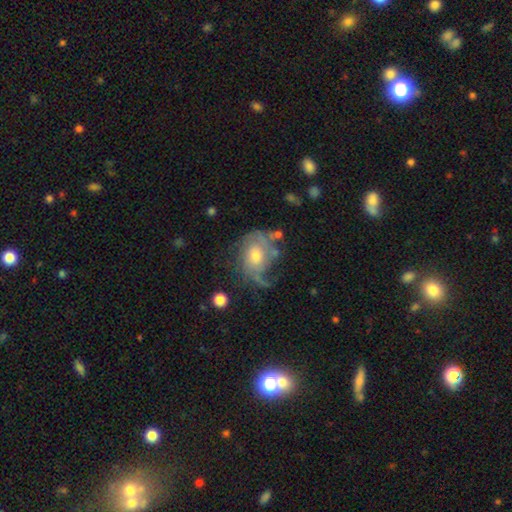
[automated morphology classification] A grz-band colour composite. It shows a featured or disk galaxy (66%) with no bar (74%), 2 (37%) medium (37%) spiral arms (81%) and a moderate central bulge (63%). Merging: none (44%).